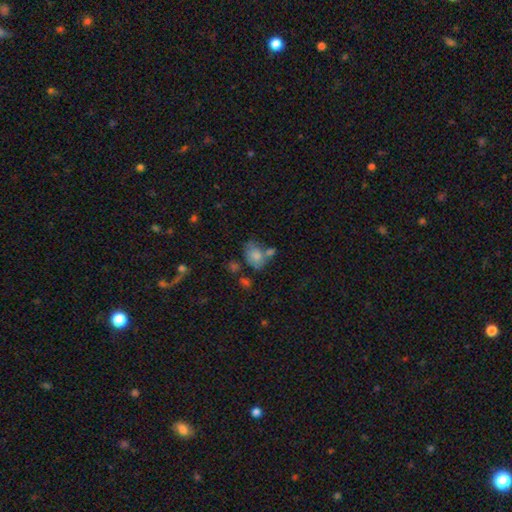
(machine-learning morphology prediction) The model was most divided on "merging": none: 42%, merger: 28%, minor disturbance: 21%, major disturbance: 9%. More confident: smooth or featured — smooth (76%); how rounded — in between (73%).